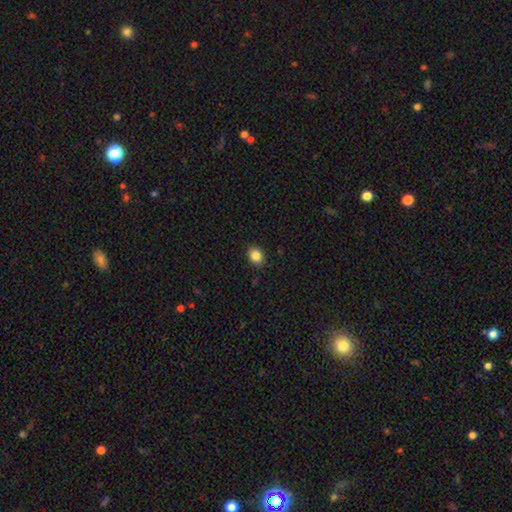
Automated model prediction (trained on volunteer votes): Q: Smooth or featured?
A: smooth (86%); runner-up: star or artifact (10%)
Q: How rounded?
A: in between (51%); runner-up: round (48%)
Q: Merging?
A: none (88%); runner-up: minor disturbance (9%)